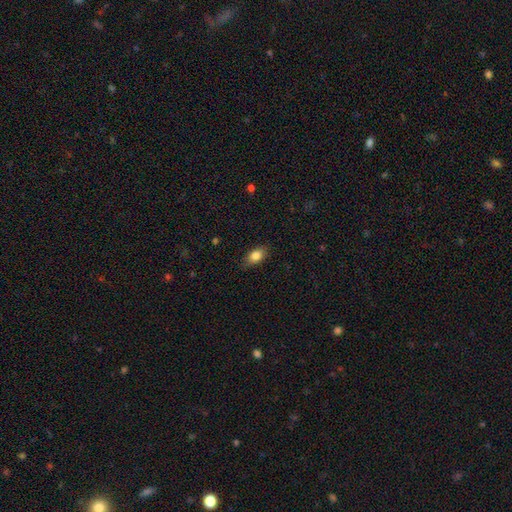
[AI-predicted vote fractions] Q: Smooth or featured?
A: smooth (84%); runner-up: featured or disk (9%)
Q: How rounded?
A: in between (86%); runner-up: round (10%)
Q: Merging?
A: none (81%); runner-up: minor disturbance (15%)